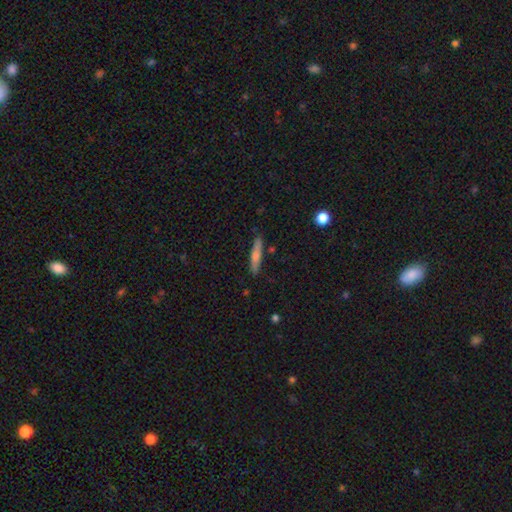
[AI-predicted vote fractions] Smooth or featured: smooth — 58% (featured or disk — 35%)
How rounded: cigar-shaped — 90% (in between — 9%)
Merging: none — 86% (minor disturbance — 10%)